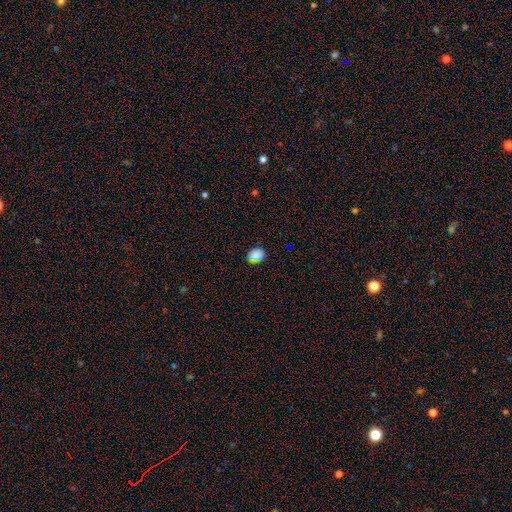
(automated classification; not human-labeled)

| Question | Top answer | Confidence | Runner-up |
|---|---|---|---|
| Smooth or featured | smooth | 87% | star or artifact (9%) |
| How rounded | in between | 66% | round (33%) |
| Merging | none | 84% | minor disturbance (12%) |